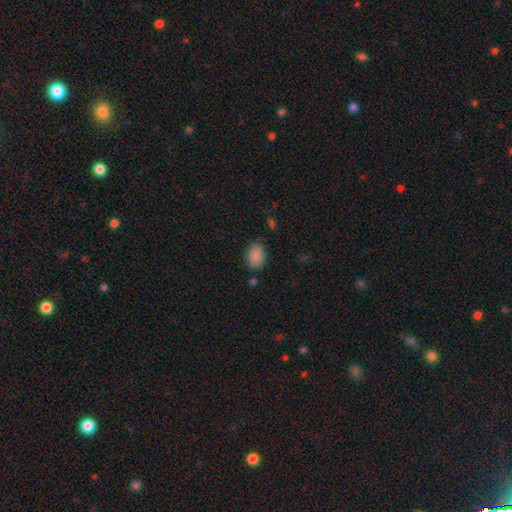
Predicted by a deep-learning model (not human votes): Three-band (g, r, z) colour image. It shows a smooth galaxy with no disk features (88%) that is in between round and cigar-shaped (83%). Merging: none (78%).